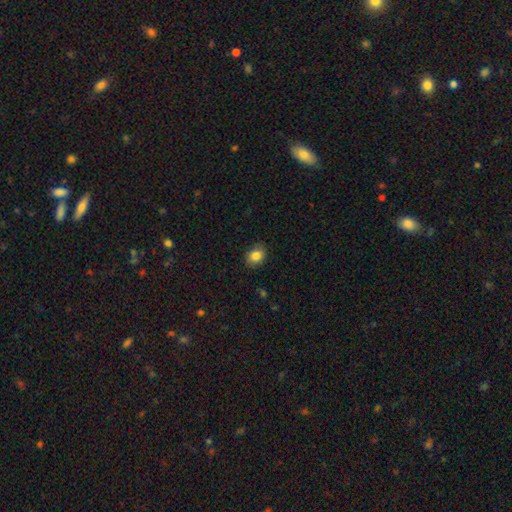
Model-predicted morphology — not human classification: Smooth or featured? smooth (84%)
How rounded? in between (57%)
Merging? none (83%)